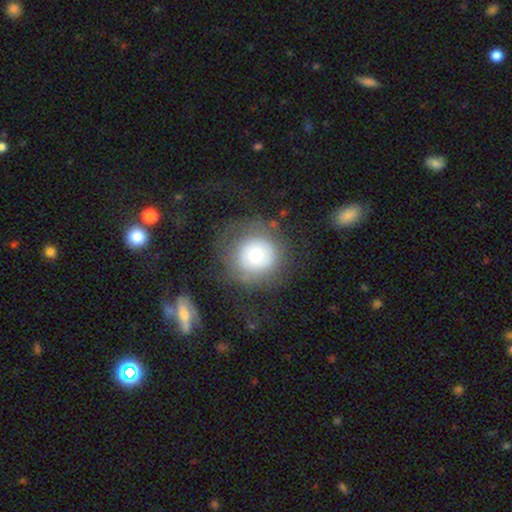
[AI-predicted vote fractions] Q: Smooth or featured?
A: smooth (55%); runner-up: featured or disk (36%)
Q: How rounded?
A: round (92%); runner-up: in between (7%)
Q: Merging?
A: none (61%); runner-up: major disturbance (18%)